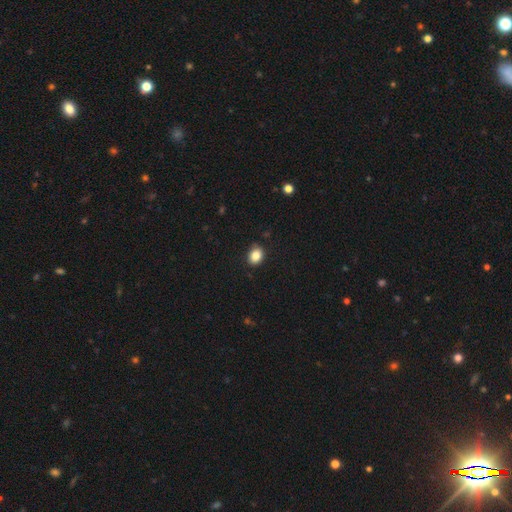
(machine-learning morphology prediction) A smooth galaxy with no disk features (86%) that is in between round and cigar-shaped (60%).

Vote fractions:
- Smooth or featured? smooth: 86% / star or artifact: 9% / featured or disk: 5%
- How rounded? in between: 60% / round: 39% / cigar-shaped: 1%
- Merging? none: 85% / minor disturbance: 12% / major disturbance: 2% / merger: 1%